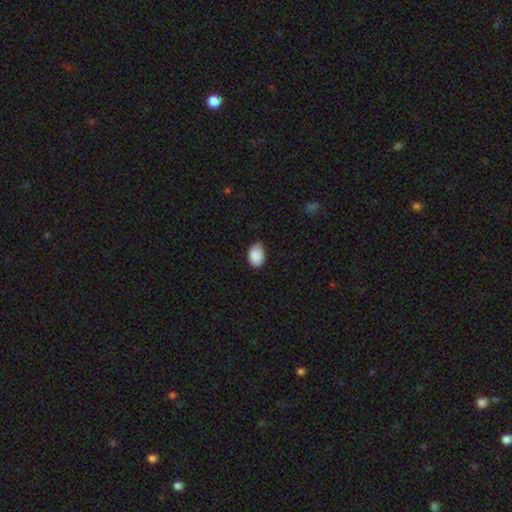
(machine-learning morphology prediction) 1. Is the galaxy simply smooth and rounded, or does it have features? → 90% smooth, 7% star or artifact, 3% featured or disk.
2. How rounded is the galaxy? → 85% in between, 14% round, 1% cigar-shaped.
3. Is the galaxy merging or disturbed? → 73% none, 23% minor disturbance, 3% major disturbance, 1% merger.